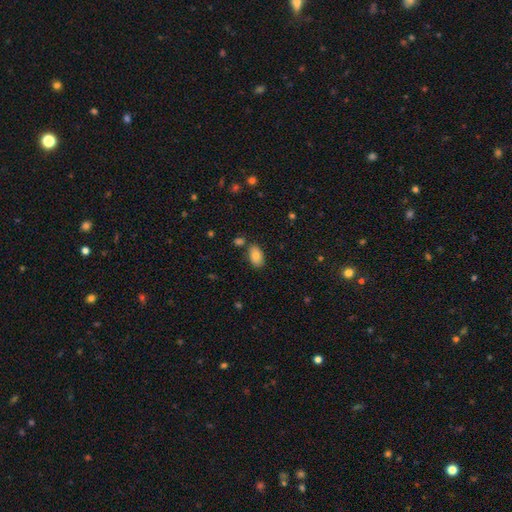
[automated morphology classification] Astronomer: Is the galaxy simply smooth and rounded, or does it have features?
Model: smooth — 82%.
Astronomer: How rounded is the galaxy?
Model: in between — 93%.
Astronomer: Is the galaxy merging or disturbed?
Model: none — 80%.